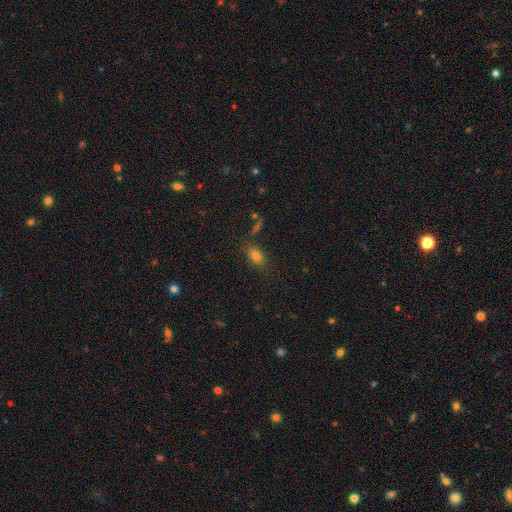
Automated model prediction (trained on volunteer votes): Q: Smooth or featured?
A: smooth (77%); runner-up: star or artifact (13%)
Q: How rounded?
A: in between (79%); runner-up: round (17%)
Q: Merging?
A: none (78%); runner-up: minor disturbance (14%)